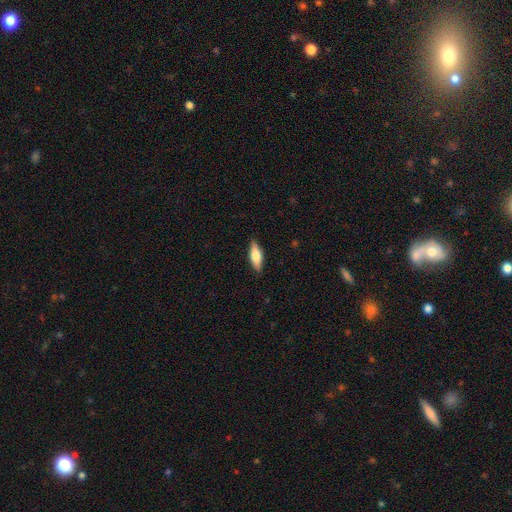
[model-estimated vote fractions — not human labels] This is likely a smooth galaxy (66%). How rounded: possibly in between (58%). Merging: clearly none (88%).